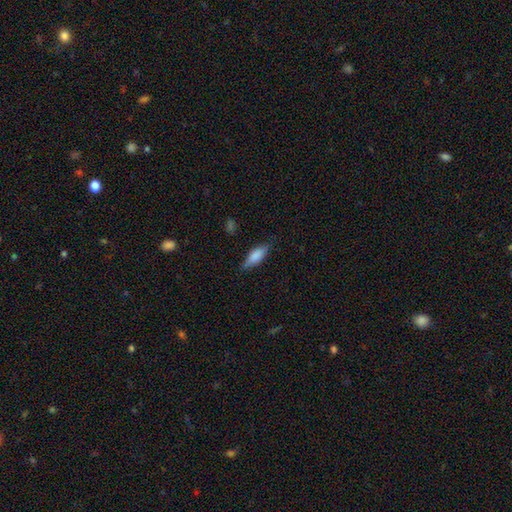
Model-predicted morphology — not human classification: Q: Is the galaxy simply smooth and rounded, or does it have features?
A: smooth — 75%.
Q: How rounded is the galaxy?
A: in between — 62%.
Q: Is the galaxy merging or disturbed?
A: none — 78%.